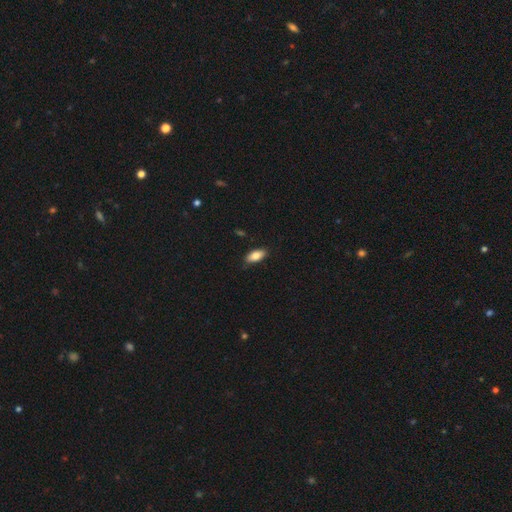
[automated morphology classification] Smooth or featured?
  - smooth: 82% *
  - featured or disk: 11%
  - star or artifact: 7%
How rounded?
  - in between: 89% *
  - cigar-shaped: 9%
  - round: 3%
Merging?
  - none: 84% *
  - minor disturbance: 13%
  - major disturbance: 2%
  - merger: 1%